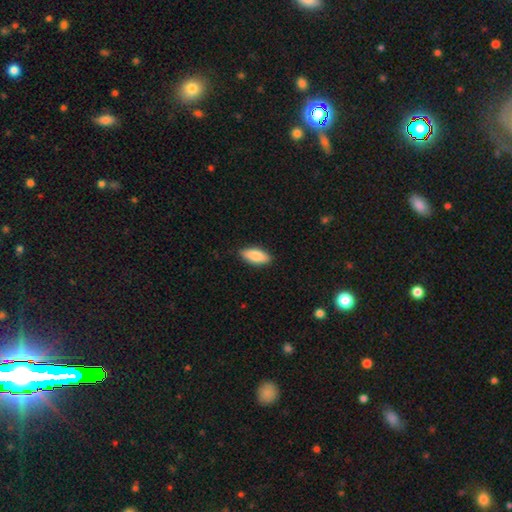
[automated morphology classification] Smooth or featured? Predicted: smooth (p=0.86). How rounded? Predicted: in between (p=0.83). Merging? Predicted: none (p=0.88).